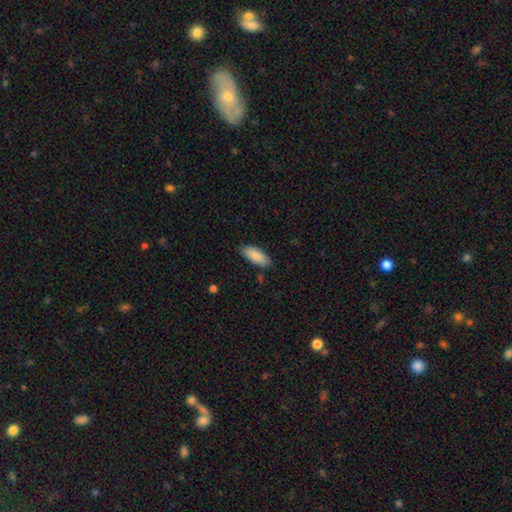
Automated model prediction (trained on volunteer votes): A smooth galaxy with no disk features (87%) that is in between round and cigar-shaped (81%).

Vote fractions:
- Smooth or featured? smooth: 87% / featured or disk: 7% / star or artifact: 6%
- How rounded? in between: 81% / cigar-shaped: 17% / round: 2%
- Merging? none: 83% / minor disturbance: 13% / major disturbance: 2% / merger: 2%